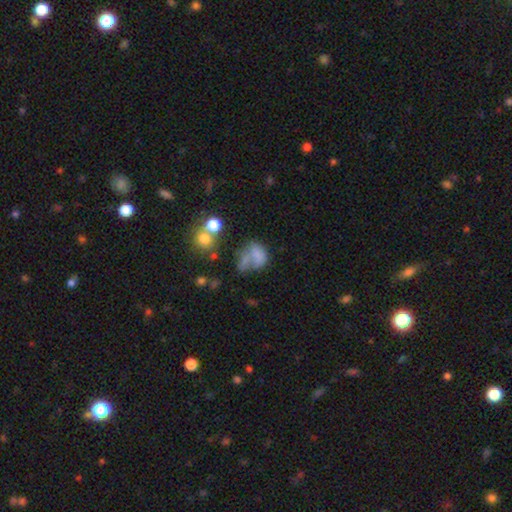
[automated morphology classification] smooth-or-featured: smooth: 59% | featured or disk: 26% | star or artifact: 14%
  how-rounded: in between: 61% | round: 37% | cigar-shaped: 2%
  merging: merger: 29% (tied) | major disturbance: 29% (tied) | none: 25% | minor disturbance: 18%